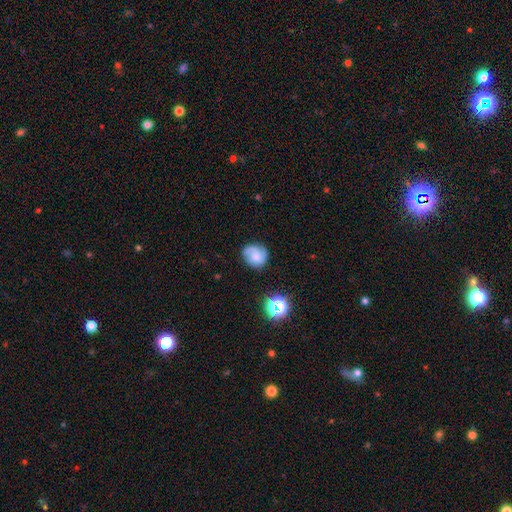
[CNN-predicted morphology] Smooth or featured? featured or disk (55%)
Edge-on disk? no (98%)
Bar? no (65%)
Spiral arms? yes (92%)
Bulge size? small (34%)
Merging? none (73%)